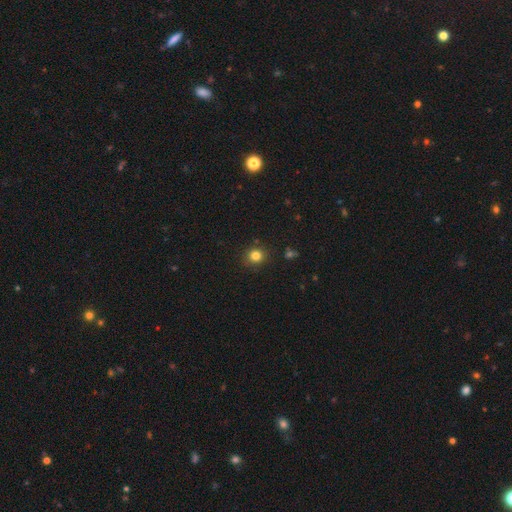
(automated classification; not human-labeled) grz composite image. It shows a smooth galaxy with no disk features (82%) that is round (83%). Merging: none (86%).